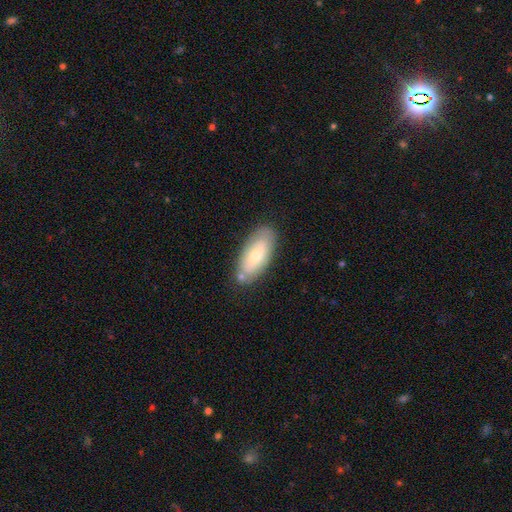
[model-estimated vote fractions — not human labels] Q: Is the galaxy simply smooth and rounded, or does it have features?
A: smooth — 62%.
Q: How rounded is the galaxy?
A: in between — 84%.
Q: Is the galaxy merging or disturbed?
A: none — 75%.